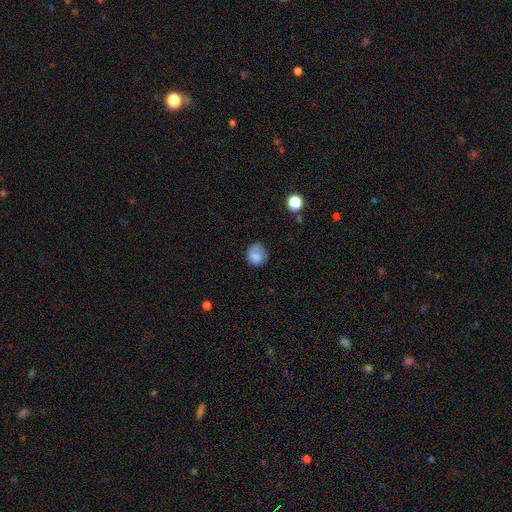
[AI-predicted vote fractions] Q: Smooth or featured?
A: smooth (83%); runner-up: star or artifact (9%)
Q: How rounded?
A: round (82%); runner-up: in between (17%)
Q: Merging?
A: none (70%); runner-up: minor disturbance (21%)